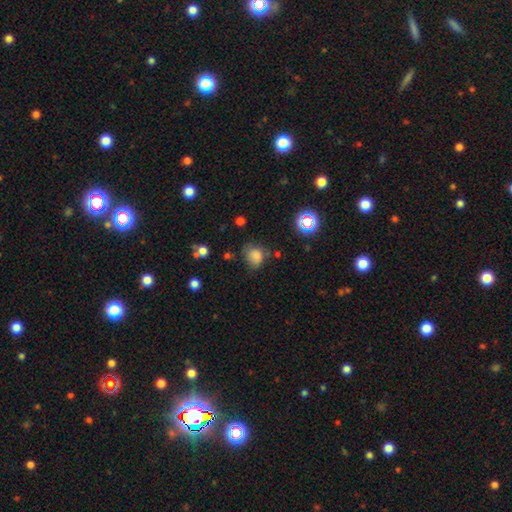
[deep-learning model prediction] smooth_or_featured: smooth (p=0.78) [alt: star or artifact p=0.14]
how_rounded: round (p=0.58) [alt: in between p=0.41]
merging: none (p=0.61) [alt: minor disturbance p=0.25]